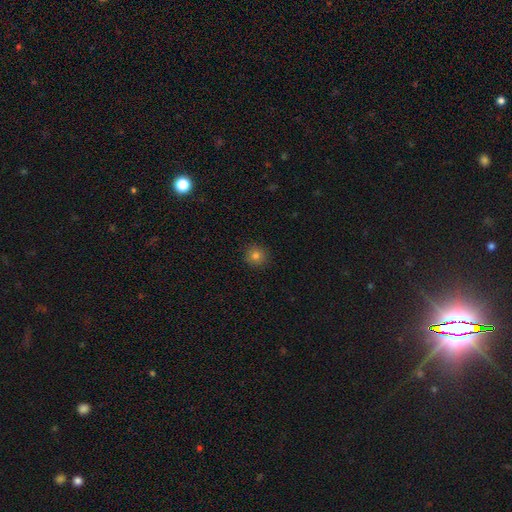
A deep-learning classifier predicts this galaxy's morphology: smooth-or-featured: smooth: 78% | star or artifact: 14% | featured or disk: 8%
  how-rounded: round: 93% | in between: 6% | cigar-shaped: 1%
  merging: none: 91% | minor disturbance: 6% | major disturbance: 2% | merger: 1%